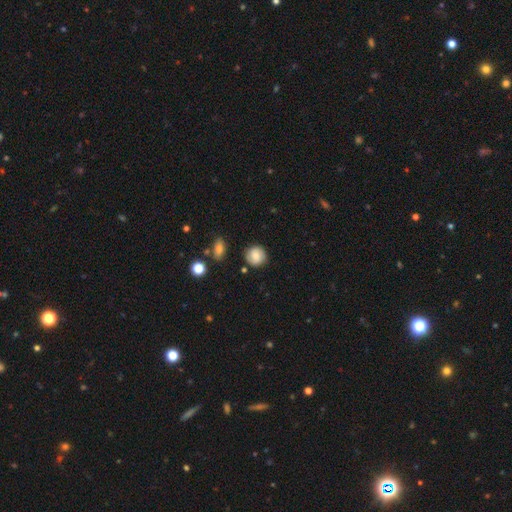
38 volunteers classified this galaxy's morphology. Volunteers were most divided on "smooth or featured": smooth: 66%, featured or disk: 26%, star or artifact: 8%. More confident: merging — none (83%); how rounded — round (80%).